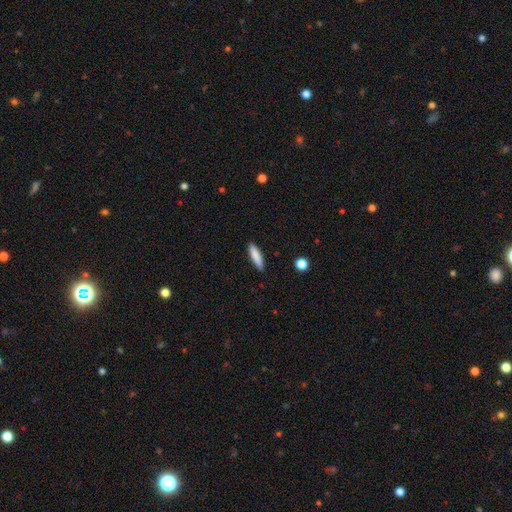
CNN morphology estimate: This appears to be a smooth galaxy with no disk features (85%) that is cigar-shaped (76%). Merging: none (89%).